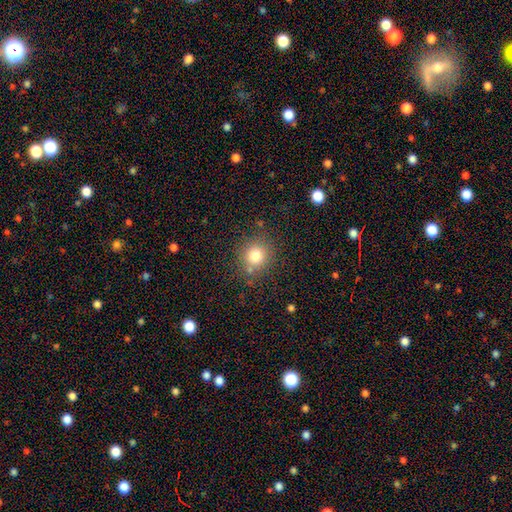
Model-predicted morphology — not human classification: smooth-or-featured: smooth: 78% | star or artifact: 13% | featured or disk: 9%
  how-rounded: round: 84% | in between: 15% | cigar-shaped: 1%
  merging: none: 79% | minor disturbance: 12% | merger: 5% | major disturbance: 4%